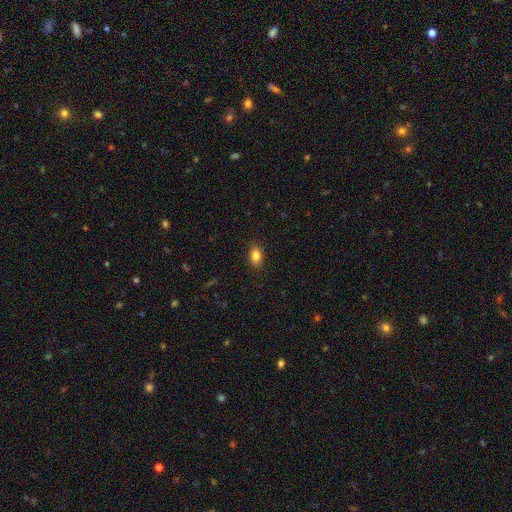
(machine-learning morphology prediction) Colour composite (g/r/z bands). It shows a smooth galaxy with no disk features (85%) that is in between round and cigar-shaped (80%). Merging: none (87%).